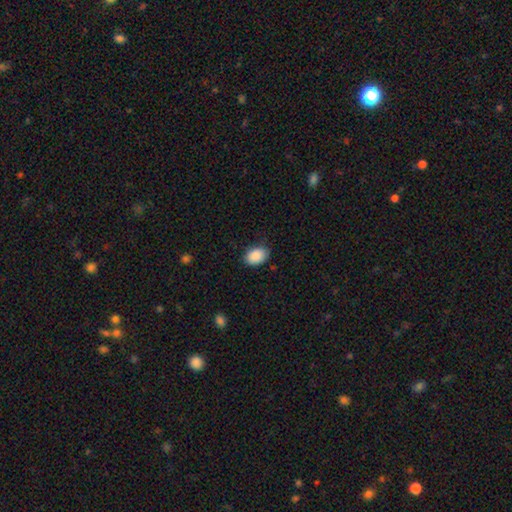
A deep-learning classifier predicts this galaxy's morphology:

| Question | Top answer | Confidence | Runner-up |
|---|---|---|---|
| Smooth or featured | smooth | 90% | star or artifact (7%) |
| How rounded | in between | 82% | round (17%) |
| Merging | none | 83% | minor disturbance (13%) |